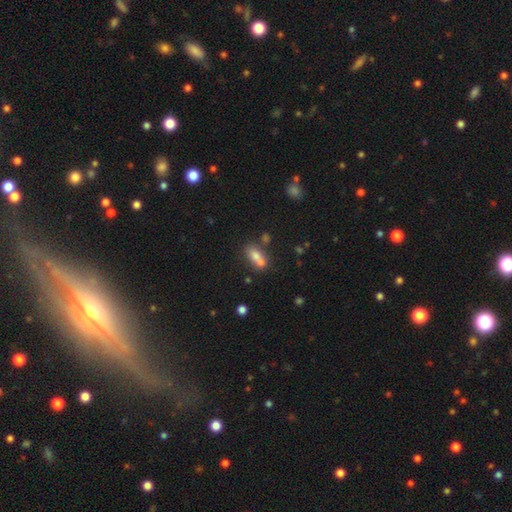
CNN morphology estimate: Smooth or featured? Predicted: smooth (p=0.71). How rounded? Predicted: in between (p=0.75). Merging? Predicted: merger (p=0.49).